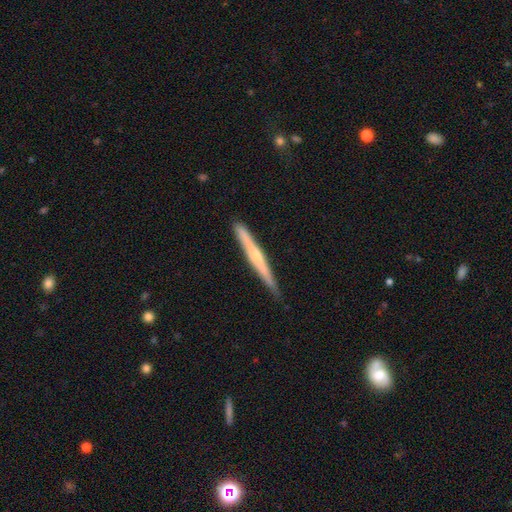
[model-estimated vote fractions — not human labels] The model was most divided on "edge-on bulge": rounded: 50%, none: 43%, boxy: 7%. More confident: edge-on disk — yes (97%); merging — none (86%); smooth or featured — featured or disk (57%).